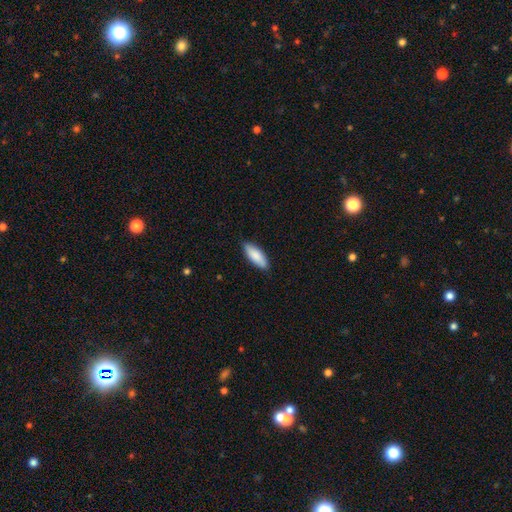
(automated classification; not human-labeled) Smooth or featured?
  - smooth: 86% *
  - featured or disk: 8%
  - star or artifact: 5%
How rounded?
  - in between: 70% *
  - cigar-shaped: 29%
  - round: 2%
Merging?
  - none: 87% *
  - minor disturbance: 10%
  - major disturbance: 2%
  - merger: 1%